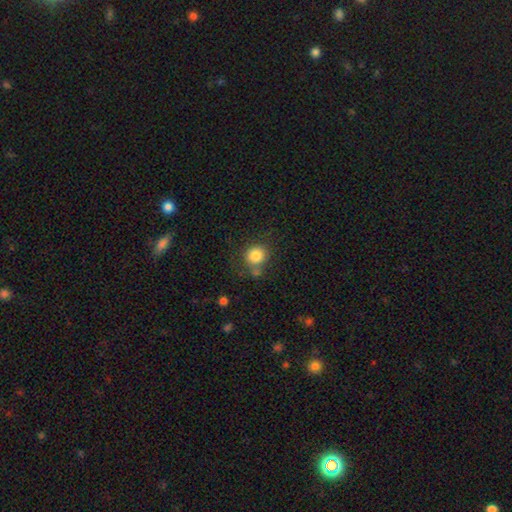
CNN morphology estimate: Smooth or featured? smooth (84%)
How rounded? round (87%)
Merging? none (69%)